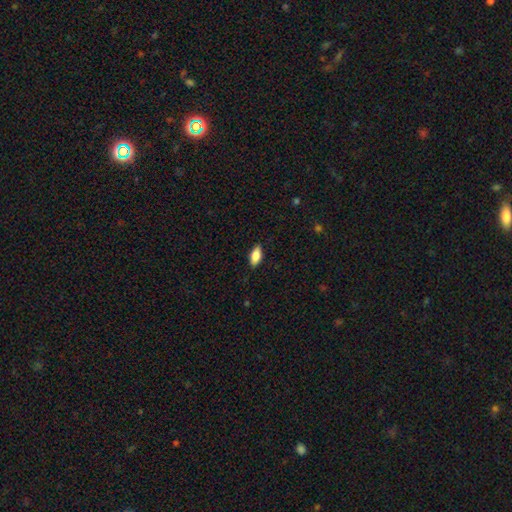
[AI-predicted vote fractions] A smooth galaxy with no disk features (81%) that is in between round and cigar-shaped (87%). Merging: none (87%).